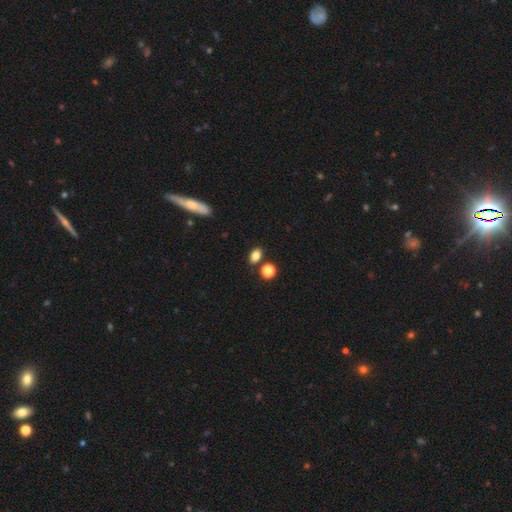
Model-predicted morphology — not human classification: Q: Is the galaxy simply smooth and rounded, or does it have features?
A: smooth — 83%.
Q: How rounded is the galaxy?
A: in between — 74%.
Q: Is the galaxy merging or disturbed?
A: none — 76%.